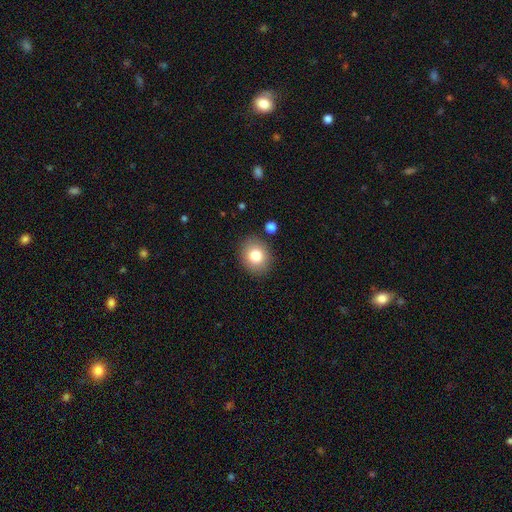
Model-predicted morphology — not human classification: This appears to be a smooth galaxy with no disk features (80%) that is round (65%). Merging: none (85%).